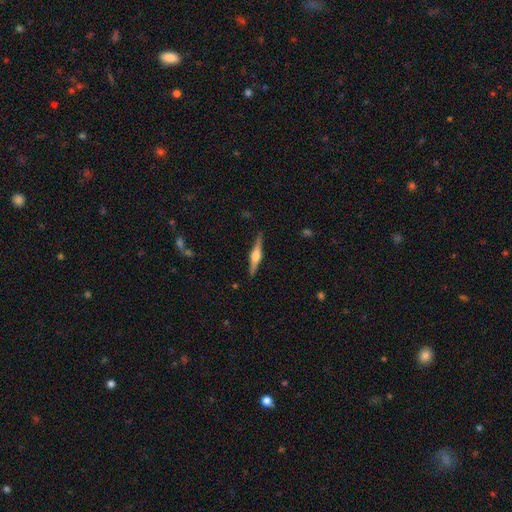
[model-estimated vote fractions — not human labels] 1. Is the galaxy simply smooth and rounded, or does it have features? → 73% featured or disk, 21% smooth, 6% star or artifact.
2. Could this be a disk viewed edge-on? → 98% yes, 2% no.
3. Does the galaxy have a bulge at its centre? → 84% rounded, 13% boxy, 3% none.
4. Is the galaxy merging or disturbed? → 90% none, 8% minor disturbance, 2% major disturbance, 1% merger.